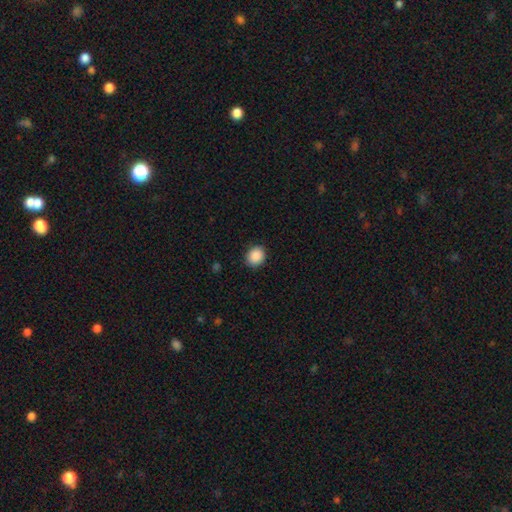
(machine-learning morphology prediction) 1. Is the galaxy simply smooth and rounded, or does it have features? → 89% smooth, 8% star or artifact, 2% featured or disk.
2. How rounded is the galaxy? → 67% round, 32% in between, 1% cigar-shaped.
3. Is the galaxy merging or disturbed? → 89% none, 7% minor disturbance, 2% major disturbance, 1% merger.